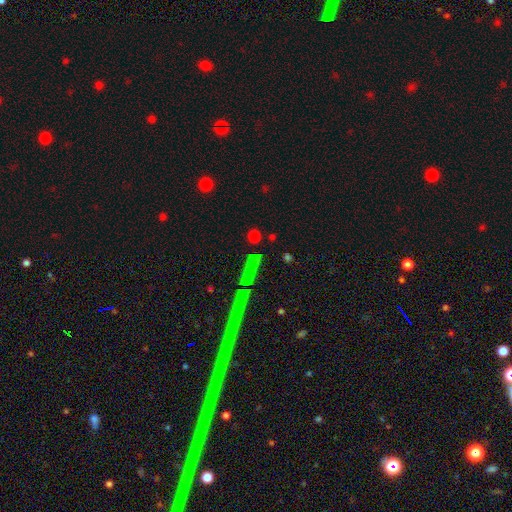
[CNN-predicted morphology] This appears to be a star or artifact, not a galaxy (53%).